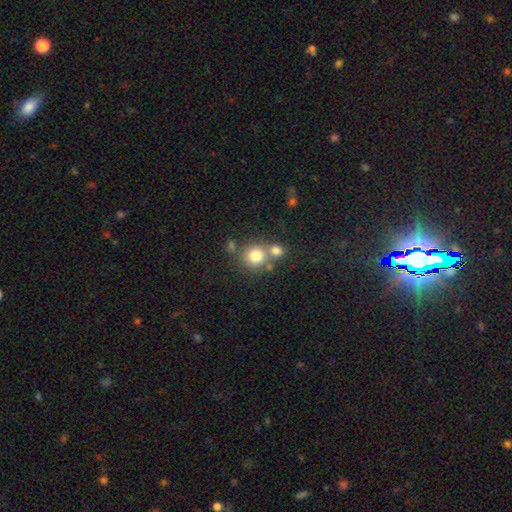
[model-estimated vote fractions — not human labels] smooth 77%, star or artifact 12%, featured or disk 11%. Down the decision tree: how rounded — round (88%); merging — none (56%).